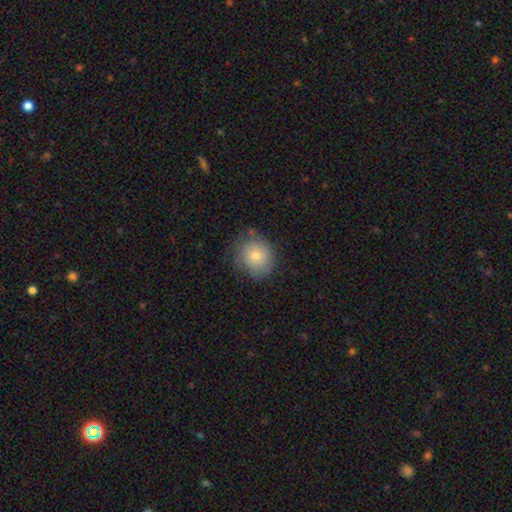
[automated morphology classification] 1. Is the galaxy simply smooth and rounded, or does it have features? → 73% smooth, 18% featured or disk, 9% star or artifact.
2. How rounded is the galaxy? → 85% round, 14% in between, 1% cigar-shaped.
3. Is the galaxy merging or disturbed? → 72% none, 21% minor disturbance, 6% major disturbance, 1% merger.